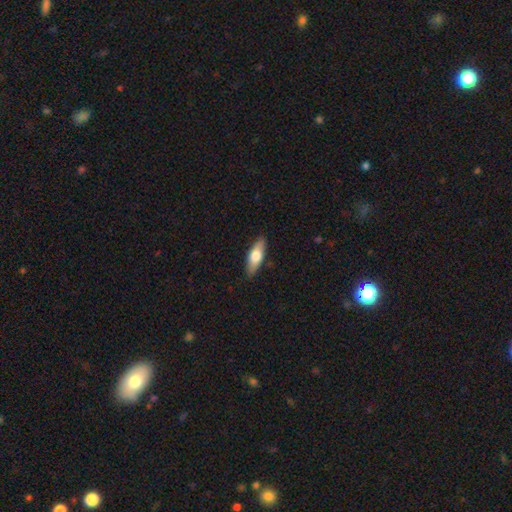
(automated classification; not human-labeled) smooth 65%, featured or disk 29%, star or artifact 6%. Down the decision tree: how rounded — in between (64%); merging — none (88%).